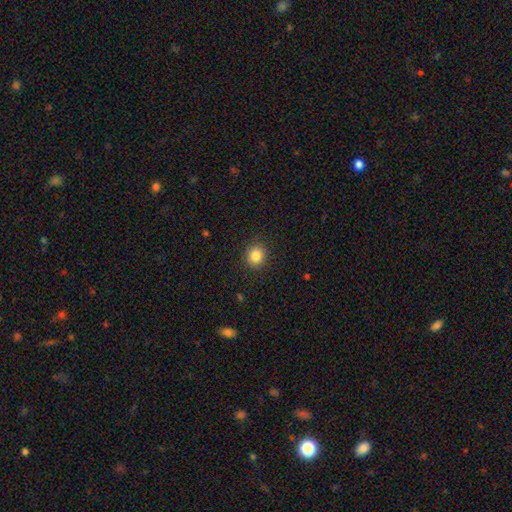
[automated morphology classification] A smooth galaxy with no disk features (85%) that is round (87%). Merging: none (90%).